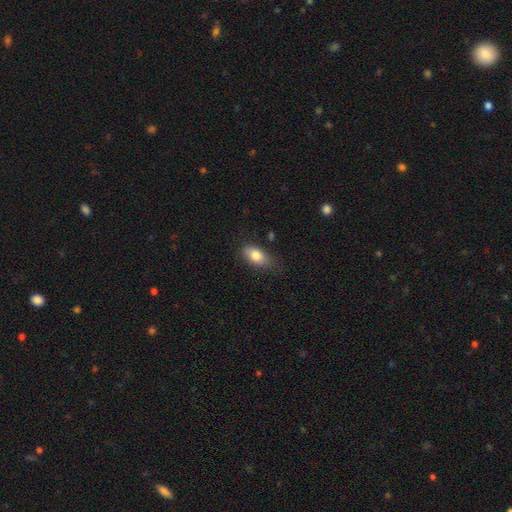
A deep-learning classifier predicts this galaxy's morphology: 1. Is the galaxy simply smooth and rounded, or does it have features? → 80% smooth, 12% featured or disk, 8% star or artifact.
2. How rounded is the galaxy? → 89% in between, 6% round, 6% cigar-shaped.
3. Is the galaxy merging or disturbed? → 71% none, 22% minor disturbance, 5% major disturbance, 2% merger.